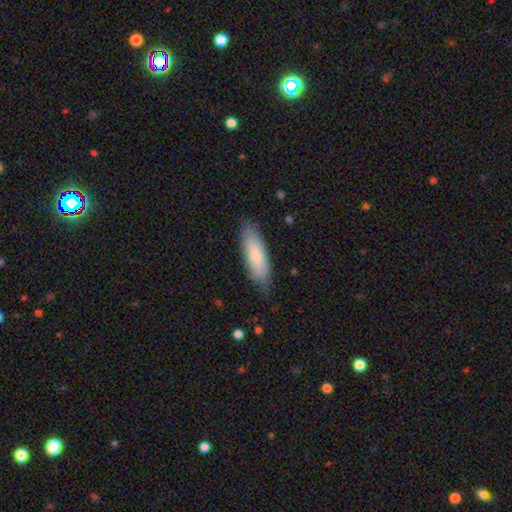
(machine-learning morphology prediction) Overall: smooth (78%). How rounded: in between (55%; cigar-shaped 44%). Merging: none (78%).